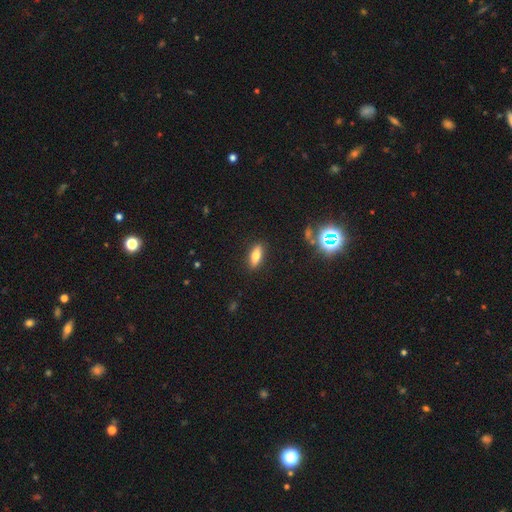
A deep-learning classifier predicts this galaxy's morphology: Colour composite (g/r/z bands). It shows a smooth galaxy with no disk features (62%) that is in between round and cigar-shaped (60%). Merging: none (89%).